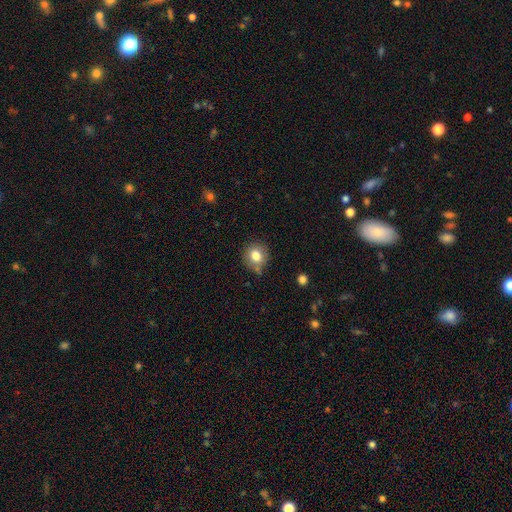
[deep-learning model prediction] Morphology: type=smooth (80%); roundness=round (85%); merging=none (76%).